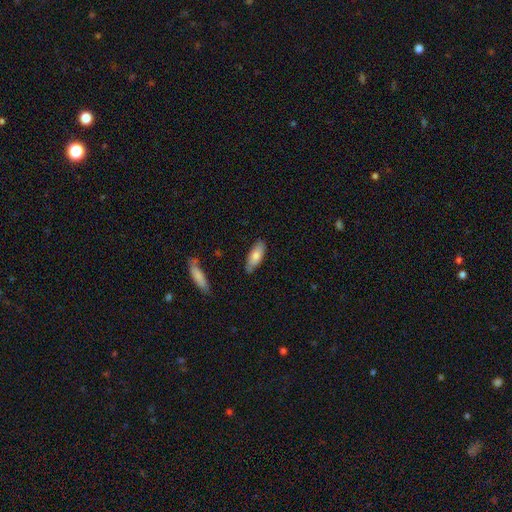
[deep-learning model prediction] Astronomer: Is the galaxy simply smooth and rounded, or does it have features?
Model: smooth — 75%.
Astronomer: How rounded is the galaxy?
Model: in between — 71%.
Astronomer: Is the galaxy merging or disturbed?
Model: none — 79%.